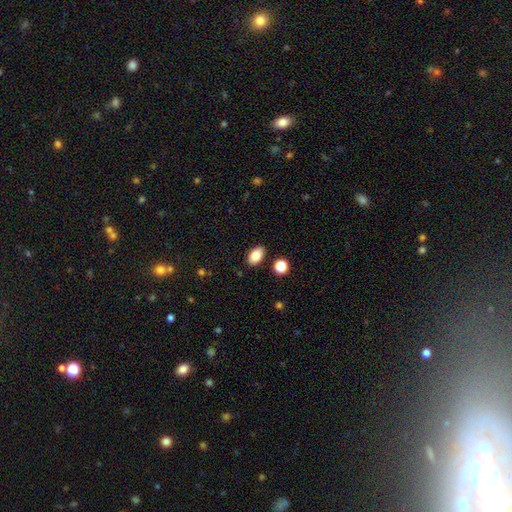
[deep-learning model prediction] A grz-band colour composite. It shows a smooth galaxy with no disk features (84%) that is in between round and cigar-shaped (90%). Merging: none (86%).